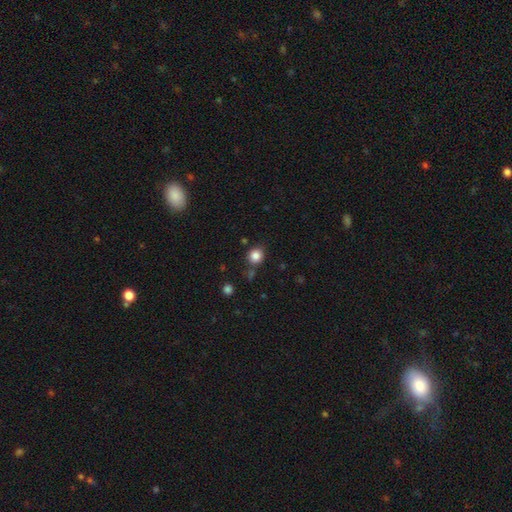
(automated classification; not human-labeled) Smooth or featured? Predicted: smooth (p=0.84). How rounded? Predicted: round (p=0.86). Merging? Predicted: none (p=0.80).